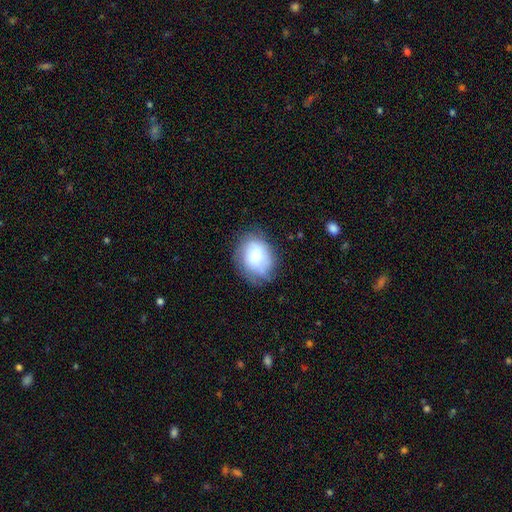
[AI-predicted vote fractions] smooth 74%, featured or disk 18%, star or artifact 8%. Down the decision tree: how rounded — in between (61%); merging — none (64%).